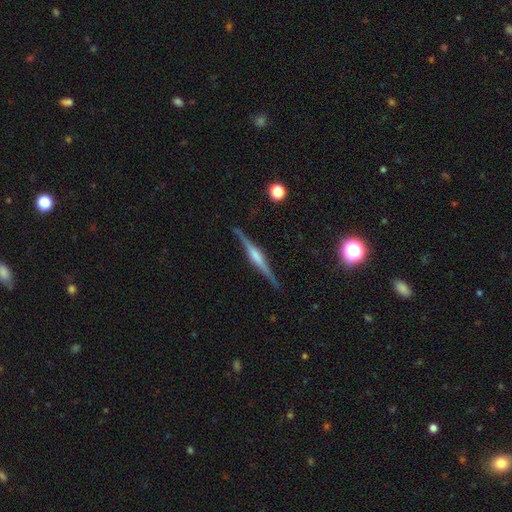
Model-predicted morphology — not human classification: A featured or disk galaxy (80%) viewed edge-on (98%) with a rounded central bulge (50%).

Vote fractions:
- Smooth or featured? featured or disk: 80% / smooth: 14% / star or artifact: 6%
- Edge-on disk? yes: 98% / no: 2%
- Edge-on bulge? rounded: 50% / boxy: 38% / none: 12%
- Merging? none: 88% / minor disturbance: 9% / major disturbance: 2% / merger: 1%